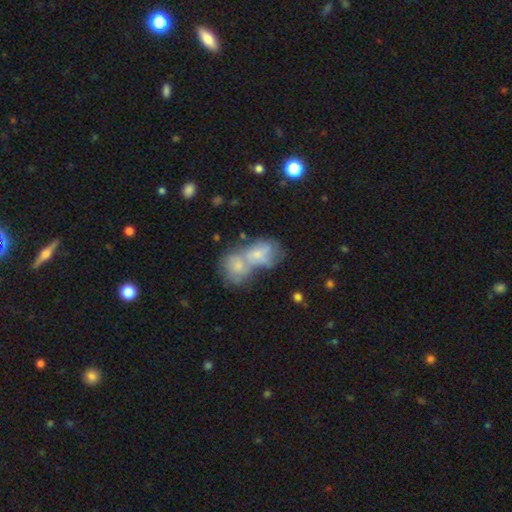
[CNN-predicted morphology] Smooth or featured? Predicted: smooth (p=0.50). How rounded? Predicted: in between (p=0.71). Merging? Predicted: merger (p=0.70).